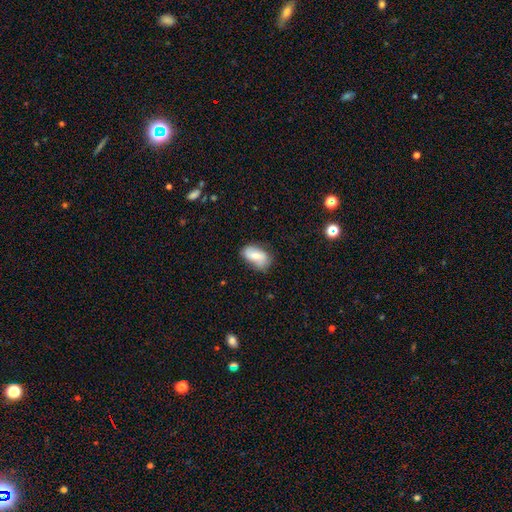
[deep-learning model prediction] Smooth or featured?
  - smooth: 65% *
  - featured or disk: 27%
  - star or artifact: 8%
How rounded?
  - in between: 90% *
  - round: 6%
  - cigar-shaped: 3%
Merging?
  - none: 64% *
  - minor disturbance: 27%
  - major disturbance: 6%
  - merger: 2%